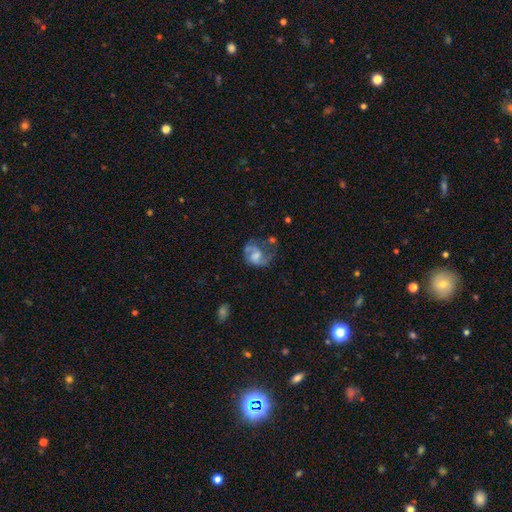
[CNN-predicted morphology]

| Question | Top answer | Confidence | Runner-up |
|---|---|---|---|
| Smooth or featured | featured or disk | 61% | smooth (30%) |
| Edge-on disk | no | 98% | yes (2%) |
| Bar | no | 58% | weak (35%) |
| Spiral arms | yes | 78% | no (22%) |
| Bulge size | moderate | 37% | large (21%) |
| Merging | none | 36% | major disturbance (33%) |